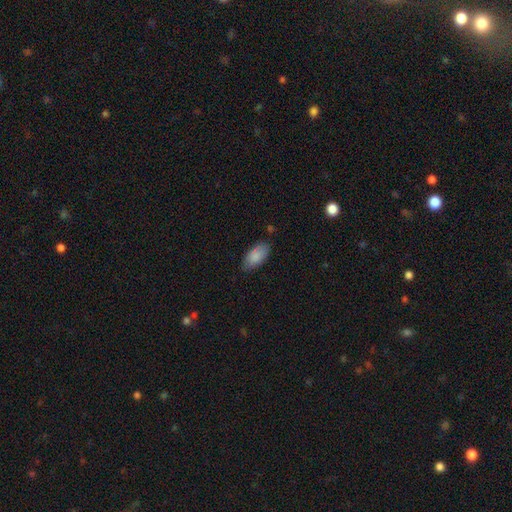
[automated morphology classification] type=smooth (86%); roundness=in between (93%); merging=none (78%).